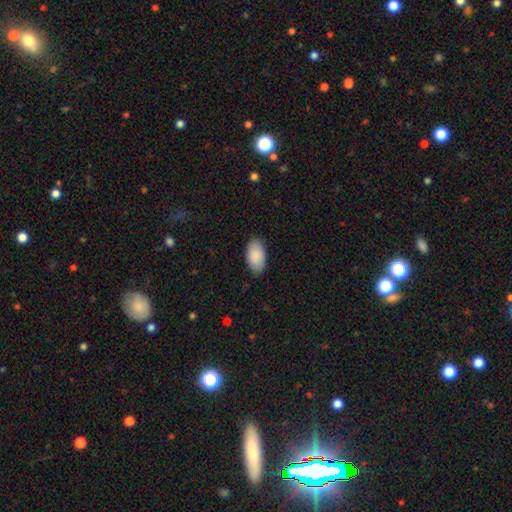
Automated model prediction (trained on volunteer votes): Smooth or featured? smooth (90%)
How rounded? in between (96%)
Merging? none (85%)